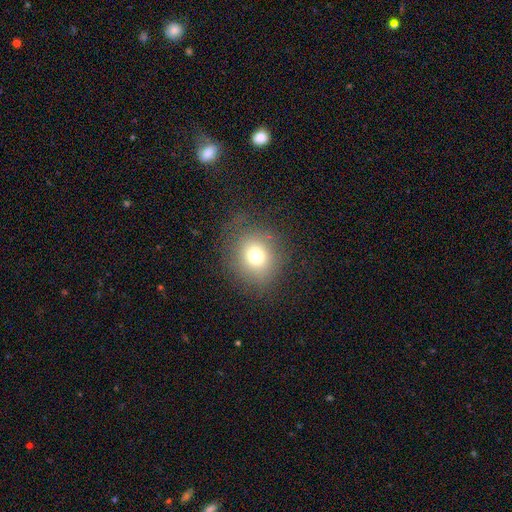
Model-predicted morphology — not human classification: Overall: smooth (73%). How rounded: round (85%). Merging: none (77%).